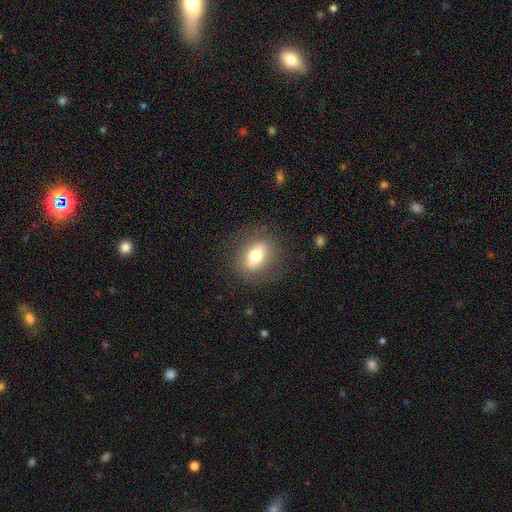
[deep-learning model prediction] A smooth galaxy with no disk features (64%) that is in between round and cigar-shaped (64%).

Vote fractions:
- Smooth or featured? smooth: 64% / featured or disk: 27% / star or artifact: 9%
- How rounded? in between: 64% / round: 32% / cigar-shaped: 4%
- Merging? none: 83% / minor disturbance: 11% / major disturbance: 5% / merger: 1%